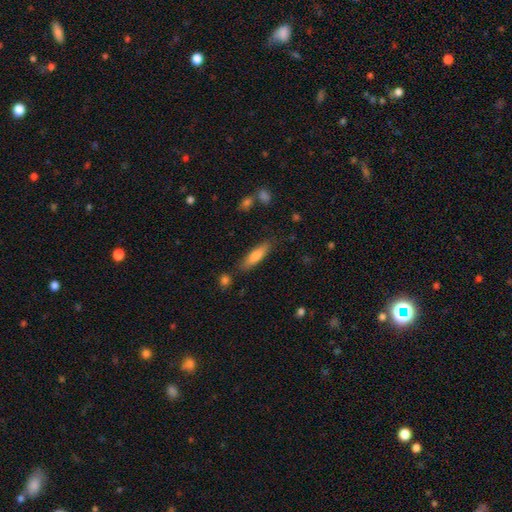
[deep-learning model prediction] Overall: smooth (74%). How rounded: cigar-shaped (65%; in between 34%). Merging: none (81%).